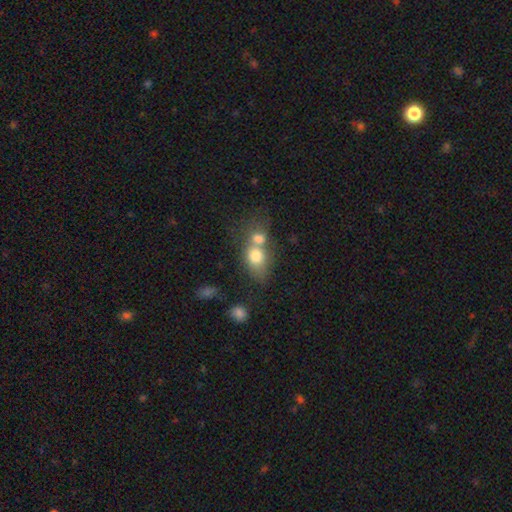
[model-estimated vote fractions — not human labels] The model was most divided on "how rounded": in between: 55%, round: 43%, cigar-shaped: 2%. More confident: smooth or featured — smooth (73%); merging — merger (63%).